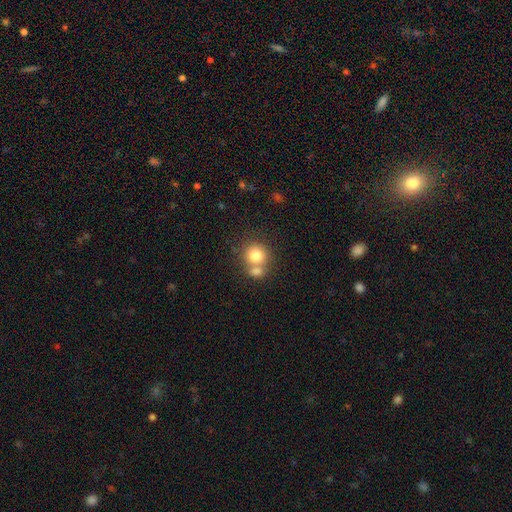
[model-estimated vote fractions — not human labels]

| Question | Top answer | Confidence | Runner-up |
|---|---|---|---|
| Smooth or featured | smooth | 78% | featured or disk (12%) |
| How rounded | round | 84% | in between (16%) |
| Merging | merger | 45% | none (44%) |